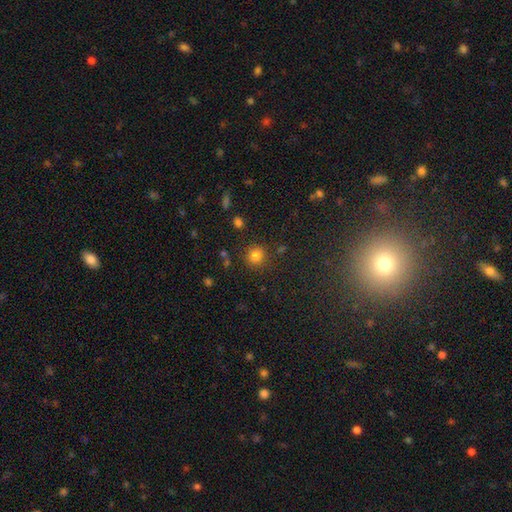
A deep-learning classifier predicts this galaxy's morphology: The model was most divided on "smooth or featured": smooth: 80%, star or artifact: 14%, featured or disk: 6%. More confident: how rounded — round (89%); merging — none (86%).